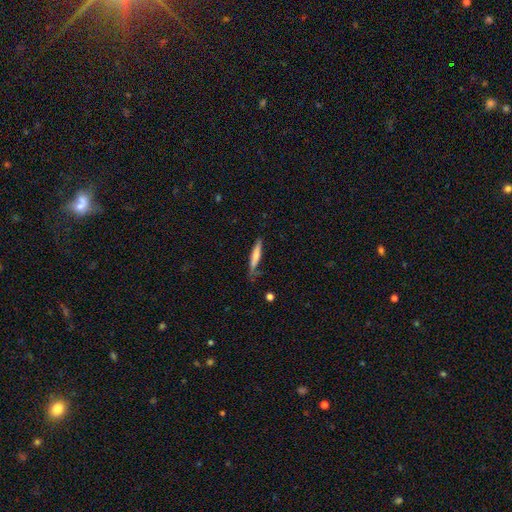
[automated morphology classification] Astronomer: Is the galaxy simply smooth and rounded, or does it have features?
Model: smooth — 64%.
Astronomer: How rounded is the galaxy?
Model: cigar-shaped — 91%.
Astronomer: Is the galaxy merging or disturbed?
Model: none — 65%.